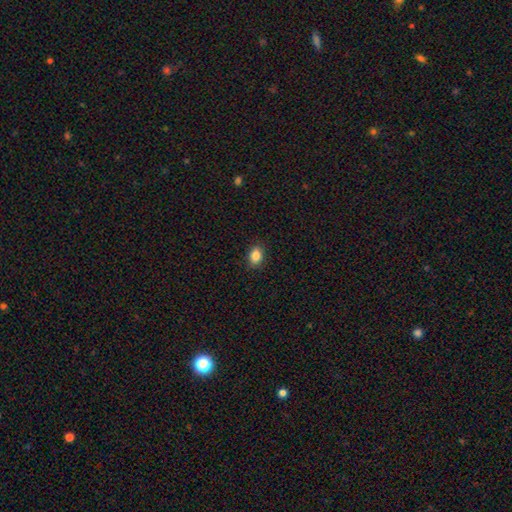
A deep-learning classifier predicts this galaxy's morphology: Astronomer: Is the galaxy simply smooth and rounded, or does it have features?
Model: smooth — 86%.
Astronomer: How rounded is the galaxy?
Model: in between — 74%.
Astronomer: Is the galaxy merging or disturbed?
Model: none — 88%.